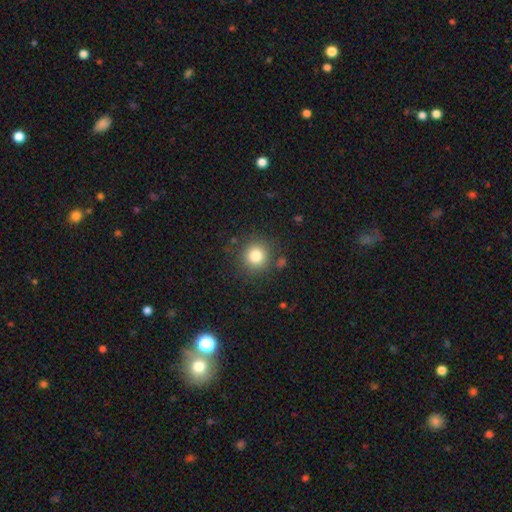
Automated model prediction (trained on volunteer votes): Q: Smooth or featured?
A: smooth (81%); runner-up: star or artifact (12%)
Q: How rounded?
A: round (92%); runner-up: in between (7%)
Q: Merging?
A: none (85%); runner-up: minor disturbance (8%)